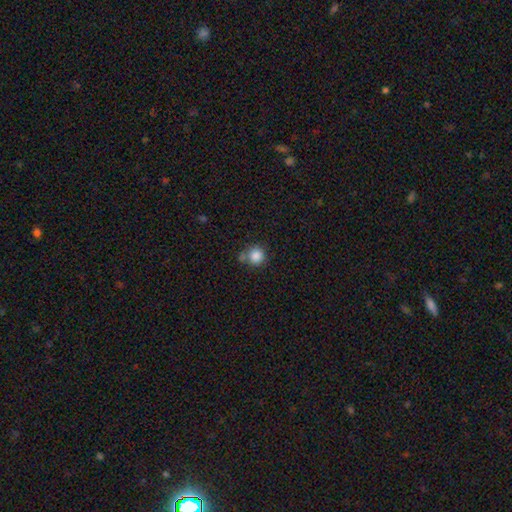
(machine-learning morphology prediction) Smooth or featured? Predicted: smooth (p=0.85). How rounded? Predicted: round (p=0.91). Merging? Predicted: none (p=0.62).